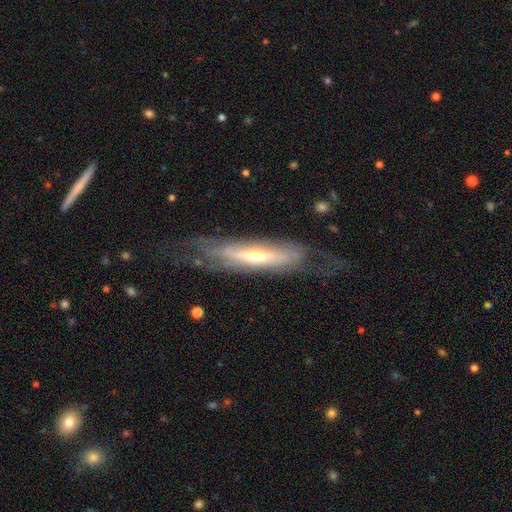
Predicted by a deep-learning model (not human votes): A featured or disk galaxy (75%).

Vote fractions:
- Smooth or featured? featured or disk: 75% / smooth: 19% / star or artifact: 6%
- Edge-on disk? no: 51% / yes: 49%
- Merging? none: 60% / minor disturbance: 21% / major disturbance: 18% / merger: 2%